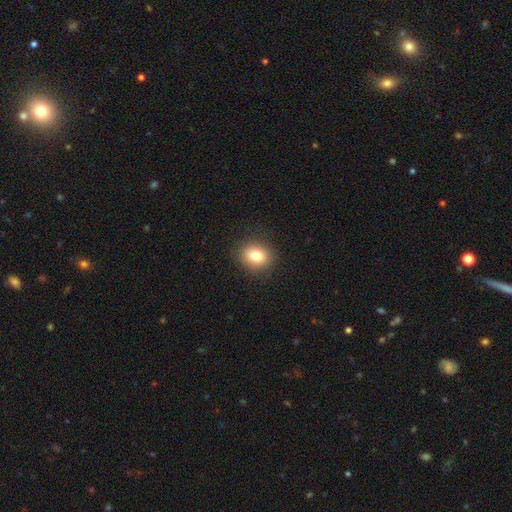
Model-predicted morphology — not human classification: smooth_or_featured: smooth (p=0.81) [alt: star or artifact p=0.11]
how_rounded: round (p=0.60) [alt: in between p=0.39]
merging: none (p=0.90) [alt: minor disturbance p=0.07]